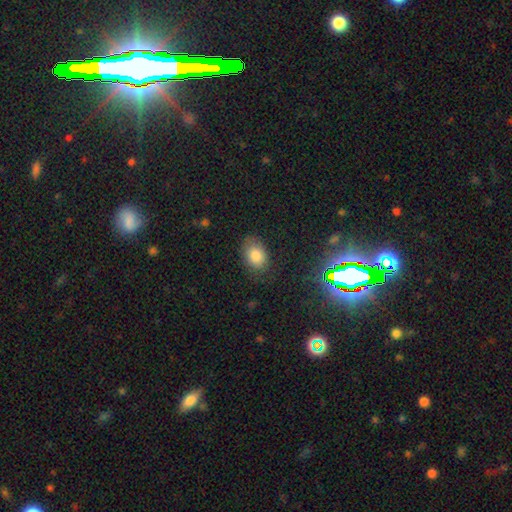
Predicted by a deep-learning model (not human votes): Smooth or featured? smooth (82%)
How rounded? in between (77%)
Merging? none (76%)